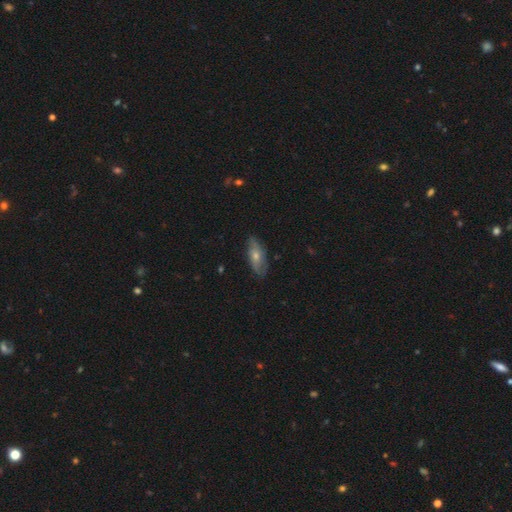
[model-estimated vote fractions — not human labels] Overall: featured or disk (48%; smooth 43%). Merging: none (81%).